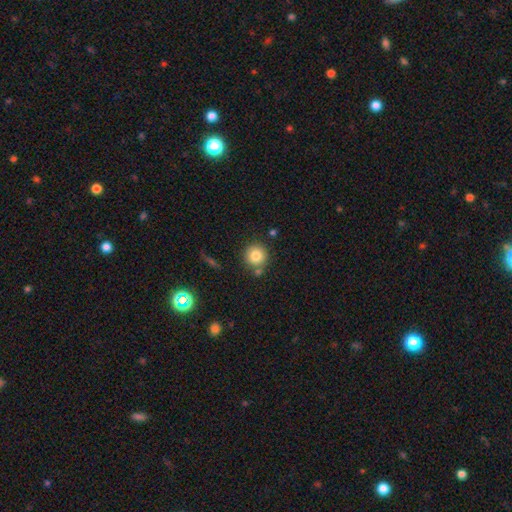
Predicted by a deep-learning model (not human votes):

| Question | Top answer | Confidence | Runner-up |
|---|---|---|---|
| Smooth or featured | smooth | 81% | star or artifact (11%) |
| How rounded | round | 93% | in between (6%) |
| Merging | none | 77% | merger (11%) |